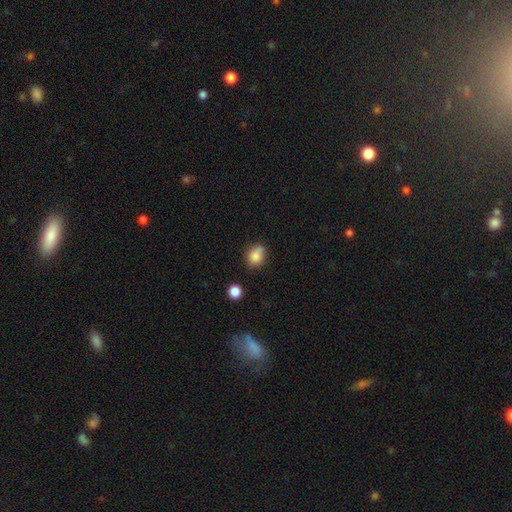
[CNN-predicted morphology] This is clearly a smooth galaxy (83%). How rounded: possibly in between (54%). Merging: possibly none (59%).